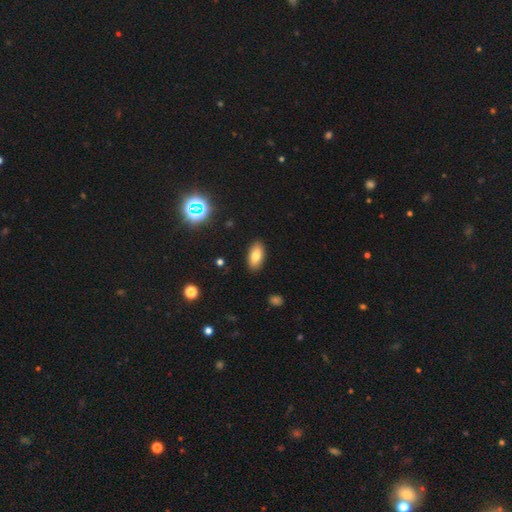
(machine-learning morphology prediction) type=smooth (77%); roundness=in between (90%); merging=none (89%).